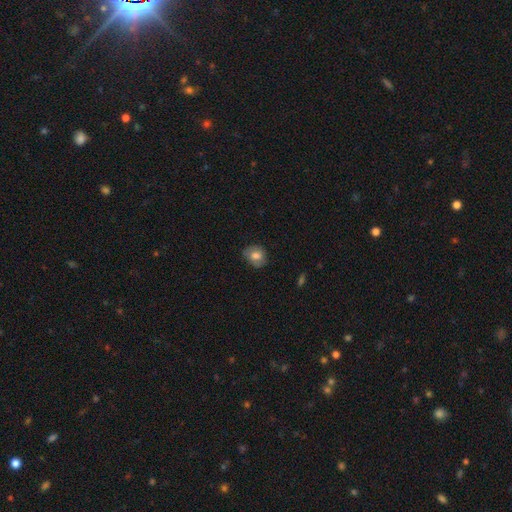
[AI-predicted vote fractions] Q: Smooth or featured?
A: smooth (70%); runner-up: featured or disk (22%)
Q: How rounded?
A: round (59%); runner-up: in between (40%)
Q: Merging?
A: none (72%); runner-up: minor disturbance (22%)